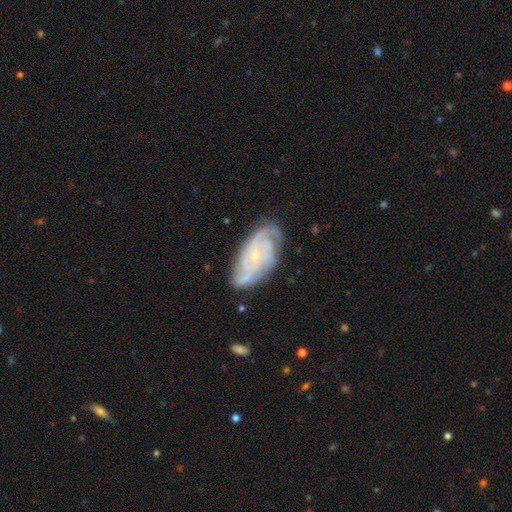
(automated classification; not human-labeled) Morphology: type=featured or disk (84%); edge-on=no (95%); bar=no (71%); spiral arms=yes (96%); winding=tight (60%); arm count=3 (31%); bulge=small (78%); merging=none (72%).